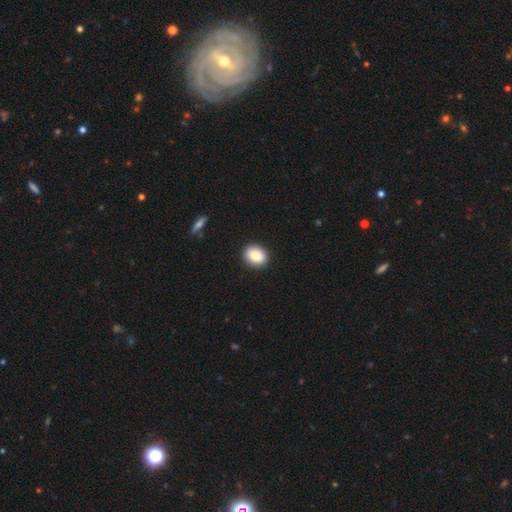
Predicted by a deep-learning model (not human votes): smooth-or-featured: smooth: 87% | star or artifact: 8% | featured or disk: 5%
  how-rounded: in between: 54% | round: 45% | cigar-shaped: 1%
  merging: none: 90% | minor disturbance: 7% | major disturbance: 2% | merger: 1%